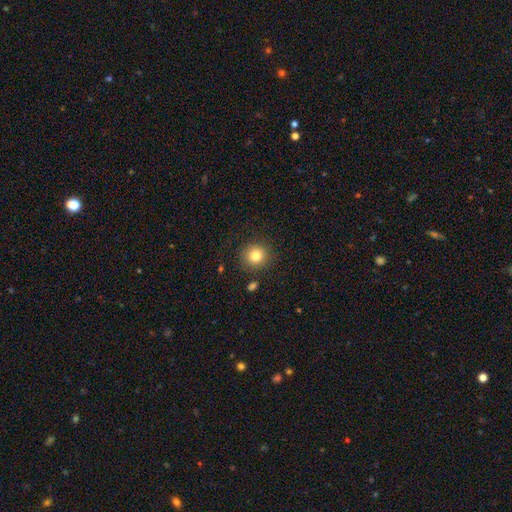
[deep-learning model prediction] smooth_or_featured: smooth (p=0.81) [alt: star or artifact p=0.11]
how_rounded: round (p=0.91) [alt: in between p=0.08]
merging: none (p=0.88) [alt: minor disturbance p=0.08]